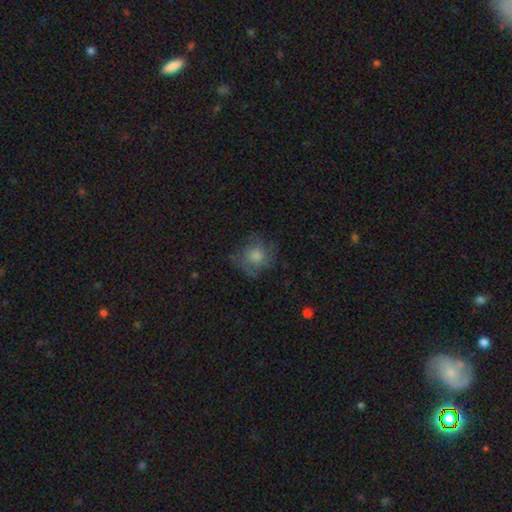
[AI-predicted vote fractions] A smooth galaxy with no disk features (57%) that is round (84%).

Vote fractions:
- Smooth or featured? smooth: 57% / featured or disk: 30% / star or artifact: 13%
- How rounded? round: 84% / in between: 15% / cigar-shaped: 1%
- Merging? none: 66% / minor disturbance: 20% / major disturbance: 12% / merger: 1%